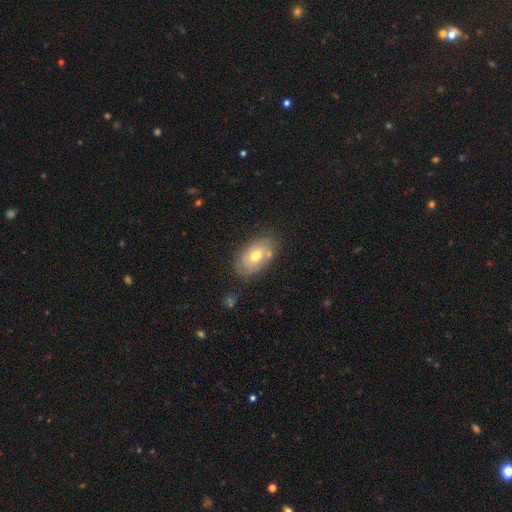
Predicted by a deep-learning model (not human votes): A smooth galaxy with no disk features (65%) that is in between round and cigar-shaped (91%).

Vote fractions:
- Smooth or featured? smooth: 65% / featured or disk: 28% / star or artifact: 8%
- How rounded? in between: 91% / round: 7% / cigar-shaped: 2%
- Merging? none: 73% / minor disturbance: 17% / merger: 6% / major disturbance: 4%